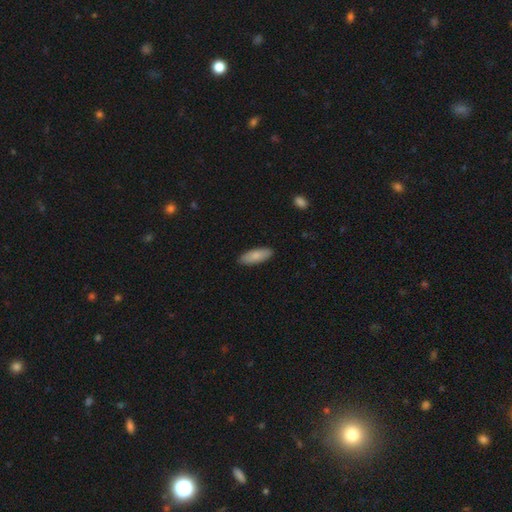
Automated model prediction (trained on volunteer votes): Morphology: type=smooth (84%); roundness=in between (69%); merging=none (89%).